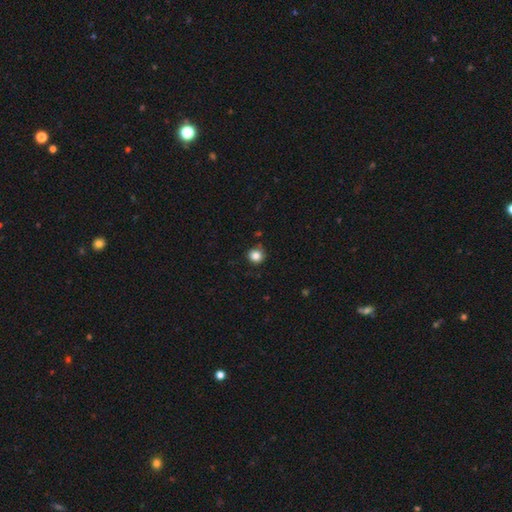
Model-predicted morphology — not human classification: This is clearly a smooth galaxy (85%). How rounded: clearly round (92%). Merging: clearly none (85%).